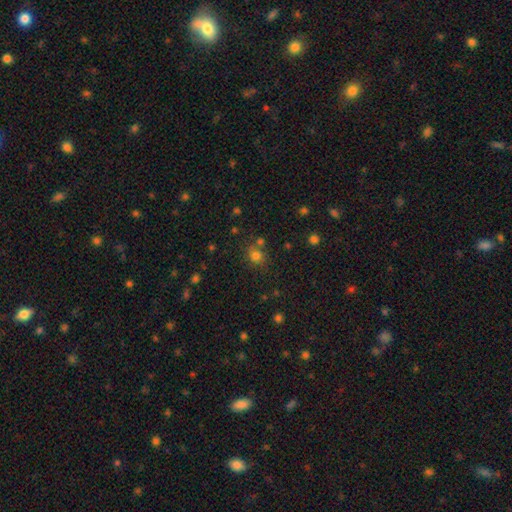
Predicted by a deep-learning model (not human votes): This appears to be a smooth galaxy with no disk features (76%) that is round (81%). Merging: none (70%).